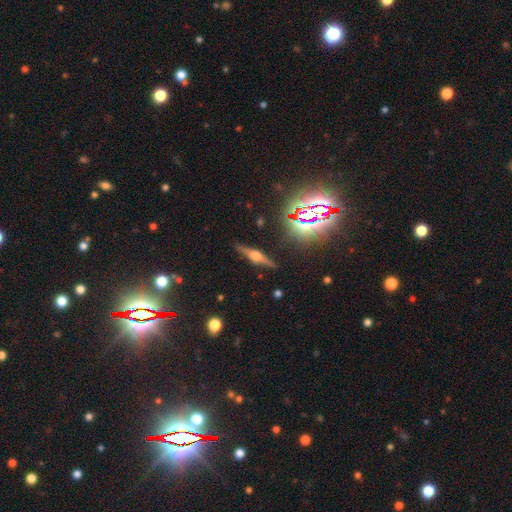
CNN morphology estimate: Smooth or featured: featured or disk — 72% (smooth — 16%)
Edge-on disk: yes — 97% (no — 3%)
Edge-on bulge: rounded — 89% (boxy — 9%)
Merging: none — 88% (minor disturbance — 8%)